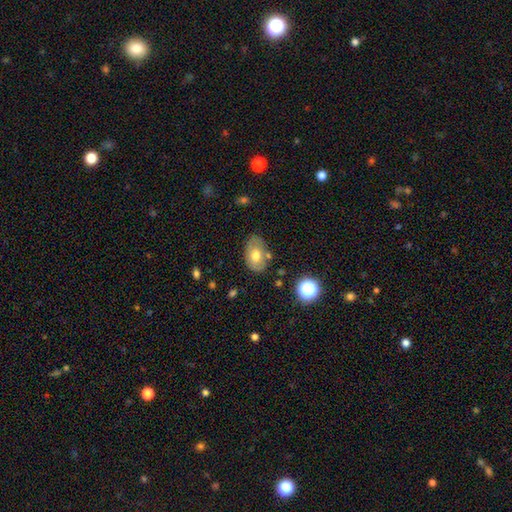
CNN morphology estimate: smooth_or_featured: smooth (p=0.67) [alt: featured or disk p=0.24]
how_rounded: in between (p=0.85) [alt: round p=0.14]
merging: none (p=0.68) [alt: minor disturbance p=0.21]